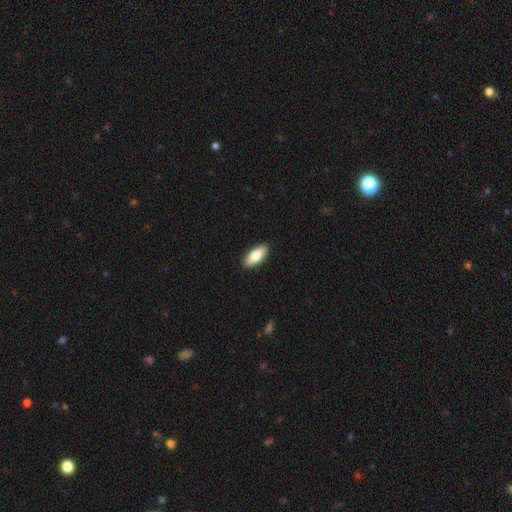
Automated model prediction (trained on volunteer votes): Q: Smooth or featured?
A: smooth (80%); runner-up: featured or disk (14%)
Q: How rounded?
A: in between (85%); runner-up: cigar-shaped (13%)
Q: Merging?
A: none (90%); runner-up: minor disturbance (7%)